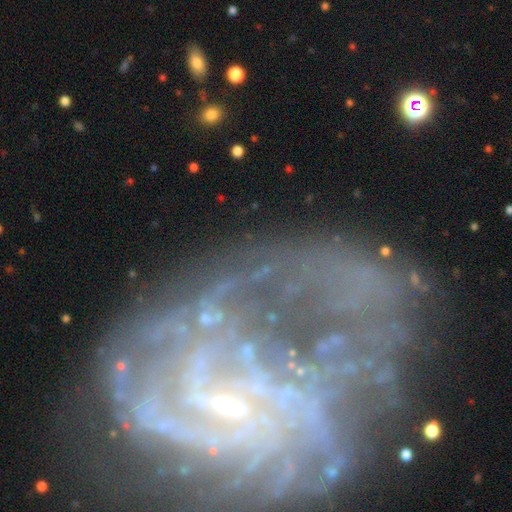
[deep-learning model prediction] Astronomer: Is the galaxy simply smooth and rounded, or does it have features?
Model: featured or disk — 80%.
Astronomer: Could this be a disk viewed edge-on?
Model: no — 97%.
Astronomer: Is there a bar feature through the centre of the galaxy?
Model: weak — 42% (runner-up: no, 35%).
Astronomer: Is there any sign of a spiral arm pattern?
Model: yes — 84%.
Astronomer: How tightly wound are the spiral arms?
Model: tight — 43% (runner-up: medium, 36%).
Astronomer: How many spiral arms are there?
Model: can't tell — 36% (runner-up: 2, 17%).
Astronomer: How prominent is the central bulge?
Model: small — 63%.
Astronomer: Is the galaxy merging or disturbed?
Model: none — 42% (runner-up: major disturbance, 34%).